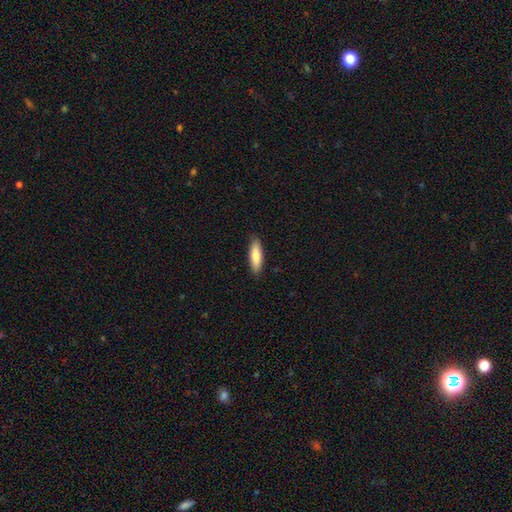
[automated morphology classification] The model was most divided on "how rounded": cigar-shaped: 56%, in between: 43%, round: 2%. More confident: merging — none (89%); smooth or featured — smooth (80%).